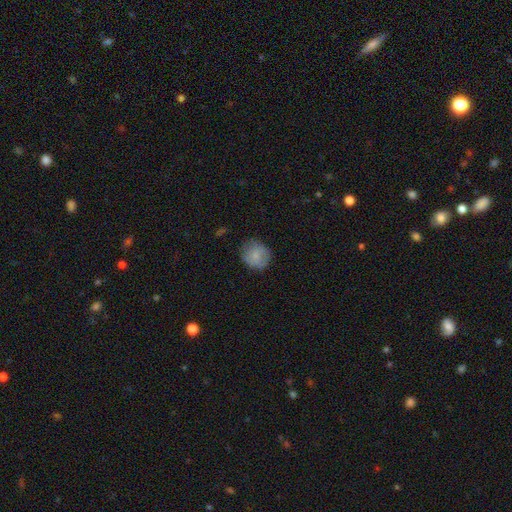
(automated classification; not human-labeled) Smooth or featured? Predicted: smooth (p=0.80). How rounded? Predicted: round (p=0.85). Merging? Predicted: none (p=0.76).